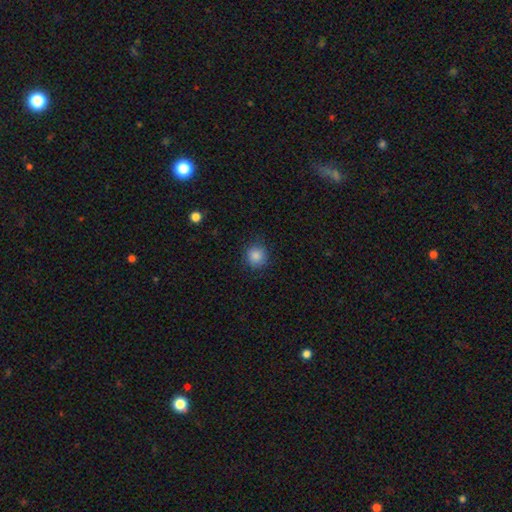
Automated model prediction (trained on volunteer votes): Smooth or featured? smooth (86%)
How rounded? round (92%)
Merging? none (87%)